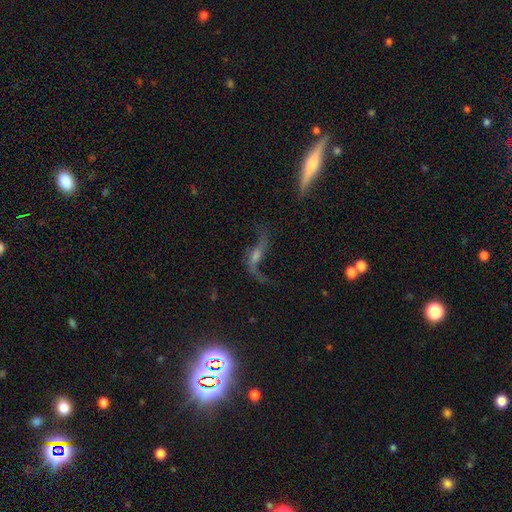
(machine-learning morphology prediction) type=featured or disk (78%); edge-on=no (86%); bar=no (45%); spiral arms=yes (91%); winding=loose (92%); arm count=2 (88%); bulge=small (40%); merging=none (58%).